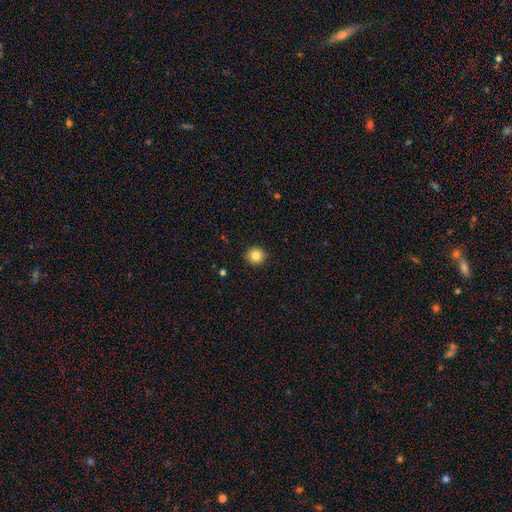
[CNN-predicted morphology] smooth_or_featured: smooth (p=0.84) [alt: star or artifact p=0.10]
how_rounded: round (p=0.93) [alt: in between p=0.06]
merging: none (p=0.92) [alt: minor disturbance p=0.05]